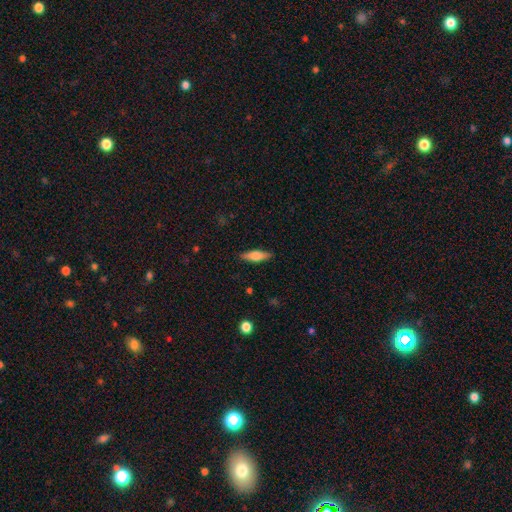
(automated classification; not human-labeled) smooth_or_featured: smooth (p=0.60) [alt: featured or disk p=0.34]
how_rounded: cigar-shaped (p=0.53) [alt: in between p=0.45]
merging: none (p=0.87) [alt: minor disturbance p=0.10]